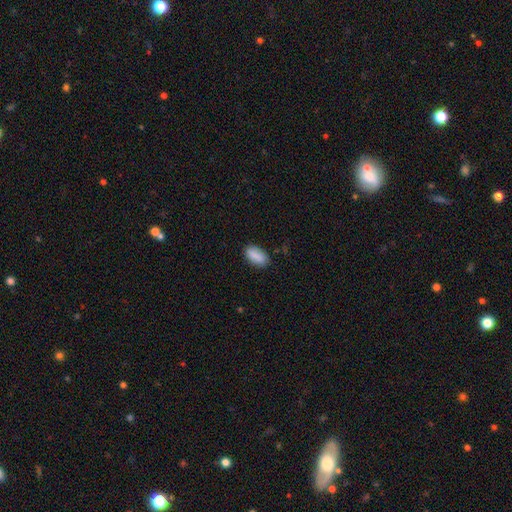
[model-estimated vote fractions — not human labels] Overall: smooth (88%). How rounded: in between (92%). Merging: none (84%).